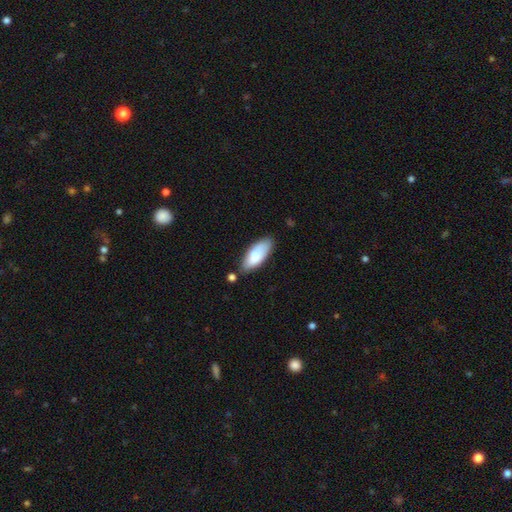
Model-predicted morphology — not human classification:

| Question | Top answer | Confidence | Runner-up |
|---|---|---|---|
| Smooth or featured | smooth | 81% | featured or disk (14%) |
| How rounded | in between | 77% | cigar-shaped (21%) |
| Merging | none | 73% | minor disturbance (18%) |